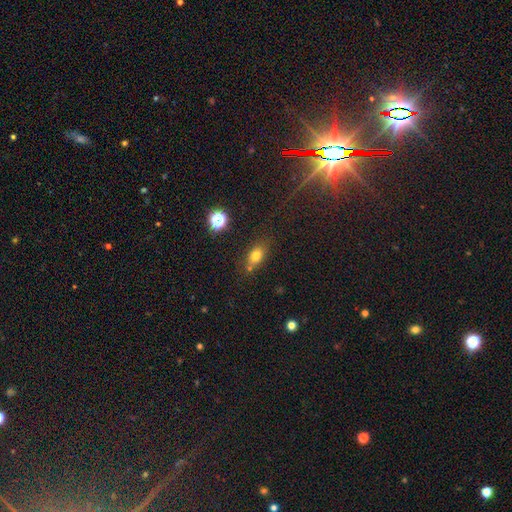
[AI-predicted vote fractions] A smooth galaxy with no disk features (73%) that is in between round and cigar-shaped (69%).

Vote fractions:
- Smooth or featured? smooth: 73% / star or artifact: 16% / featured or disk: 11%
- How rounded? in between: 69% / round: 27% / cigar-shaped: 4%
- Merging? none: 70% / minor disturbance: 16% / merger: 10% / major disturbance: 5%